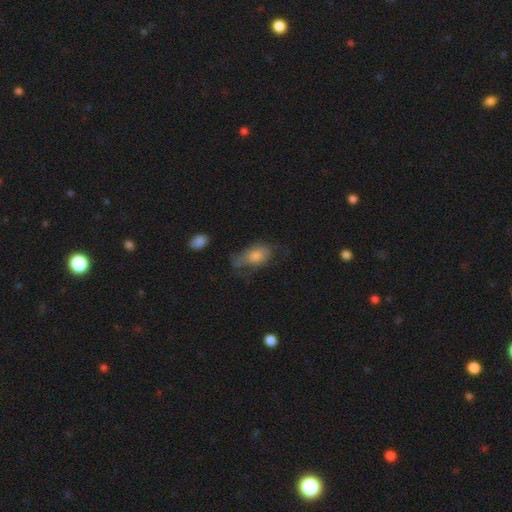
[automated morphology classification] The model was most divided on "merging": none: 39%, minor disturbance: 33%, major disturbance: 25%, merger: 3%. More confident: how rounded — in between (86%); smooth or featured — smooth (65%).